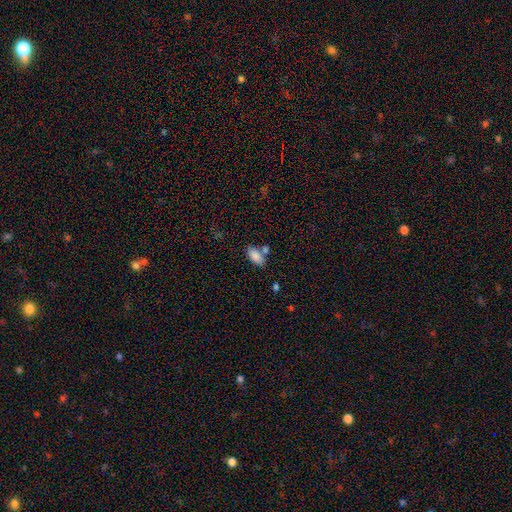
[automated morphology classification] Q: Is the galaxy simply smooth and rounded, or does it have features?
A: smooth — 86%.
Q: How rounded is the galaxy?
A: in between — 91%.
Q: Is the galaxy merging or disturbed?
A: none — 63%.